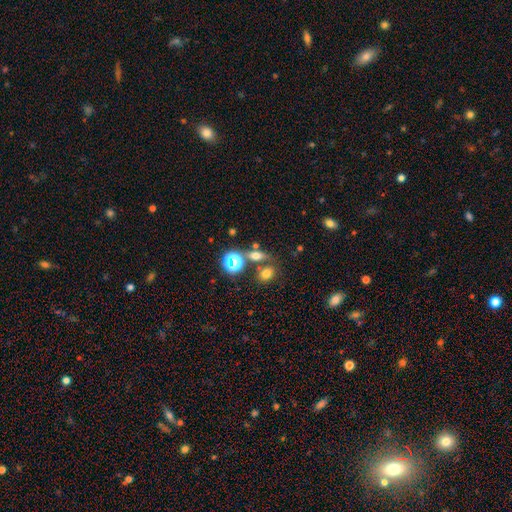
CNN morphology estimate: Overall: smooth (59%; star or artifact 24%). How rounded: in between (60%; round 28%). Merging: none (65%).